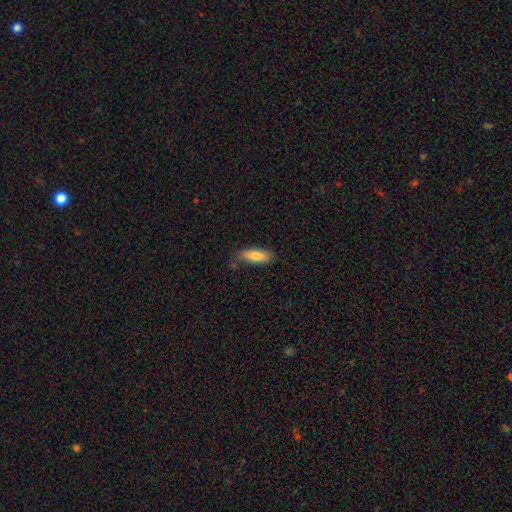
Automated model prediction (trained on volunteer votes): Smooth or featured: smooth — 77% (featured or disk — 16%)
How rounded: in between — 56% (cigar-shaped — 42%)
Merging: none — 70% (minor disturbance — 22%)